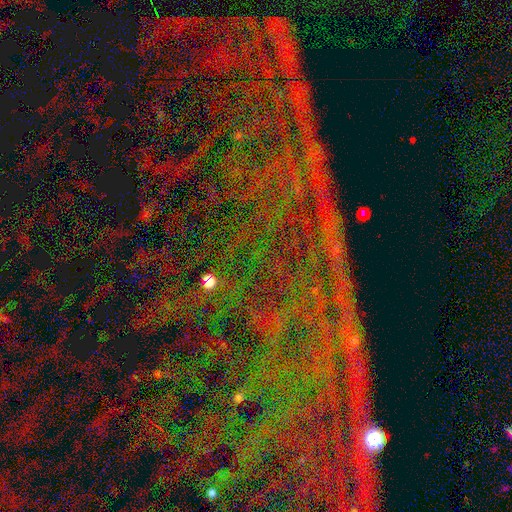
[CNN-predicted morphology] smooth_or_featured: star or artifact (p=0.83) [alt: smooth p=0.09]